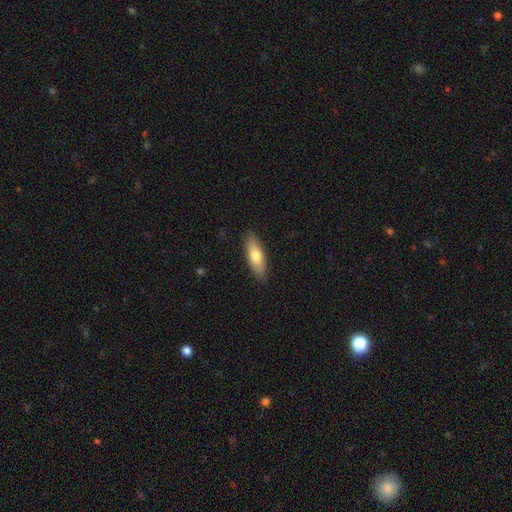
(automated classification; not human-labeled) Smooth or featured? Predicted: smooth (p=0.71). How rounded? Predicted: in between (p=0.65). Merging? Predicted: none (p=0.88).